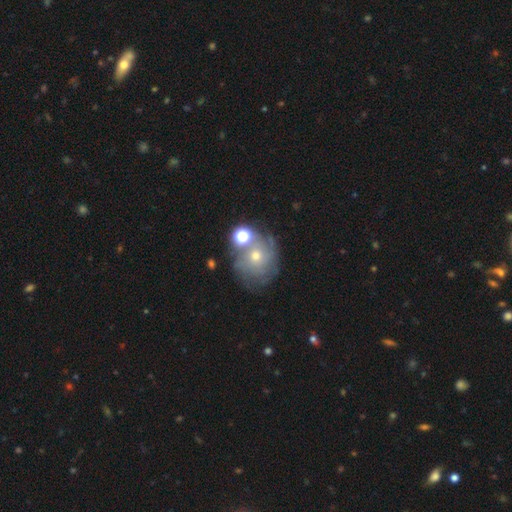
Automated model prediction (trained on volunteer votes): featured or disk 46%, smooth 38%, star or artifact 16%. Down the decision tree: merging — none (55%).